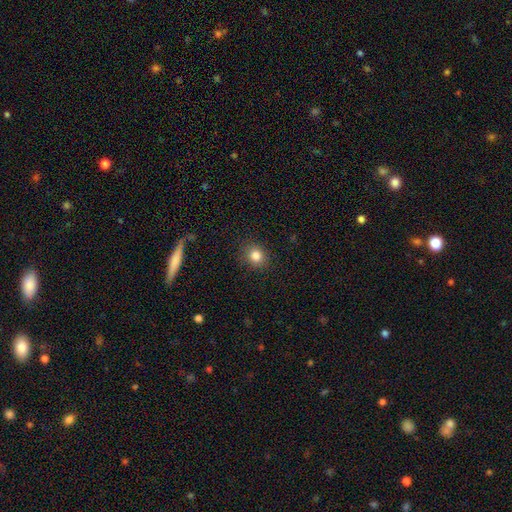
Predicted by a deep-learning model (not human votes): Morphology: type=smooth (82%); roundness=round (76%); merging=none (88%).